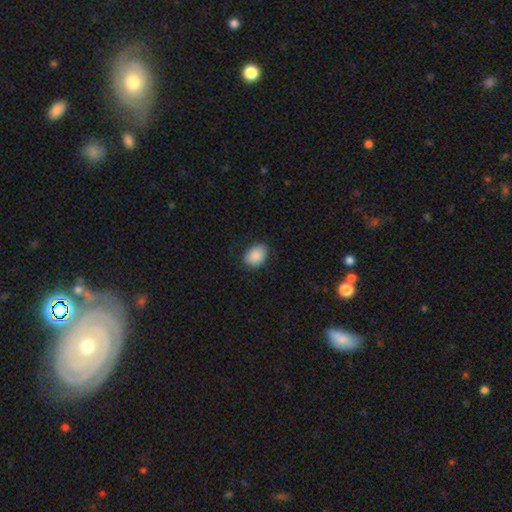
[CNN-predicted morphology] smooth_or_featured: smooth (p=0.90) [alt: star or artifact p=0.07]
how_rounded: in between (p=0.71) [alt: round p=0.28]
merging: none (p=0.84) [alt: minor disturbance p=0.13]